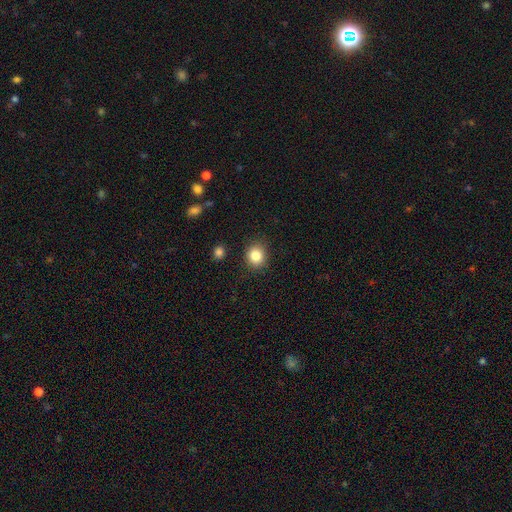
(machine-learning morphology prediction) Overall: smooth (84%). How rounded: round (78%). Merging: none (87%).